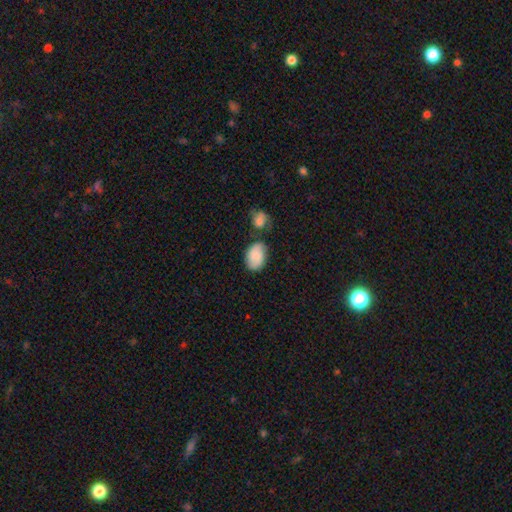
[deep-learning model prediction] smooth-or-featured: smooth: 71% | featured or disk: 21% | star or artifact: 7%
  how-rounded: in between: 82% | round: 17% | cigar-shaped: 1%
  merging: none: 62% | minor disturbance: 19% | merger: 14% | major disturbance: 5%